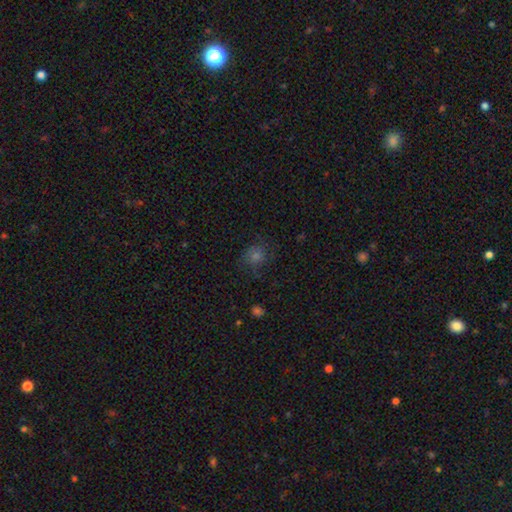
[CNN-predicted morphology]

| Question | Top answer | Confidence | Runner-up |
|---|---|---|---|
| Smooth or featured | smooth | 49% | star or artifact (28%) |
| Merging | none | 75% | minor disturbance (16%) |